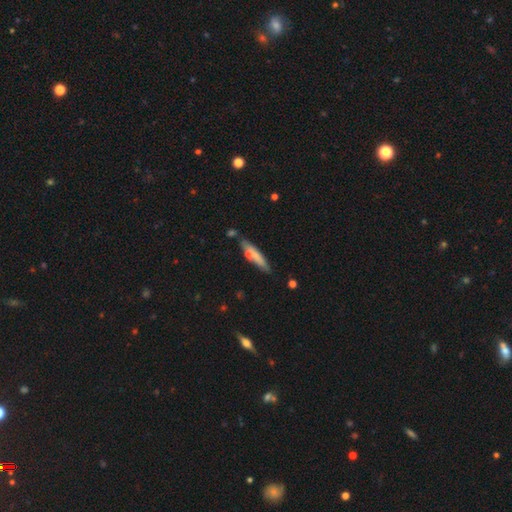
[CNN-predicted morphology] type=smooth (67%); roundness=cigar-shaped (82%); merging=none (68%).